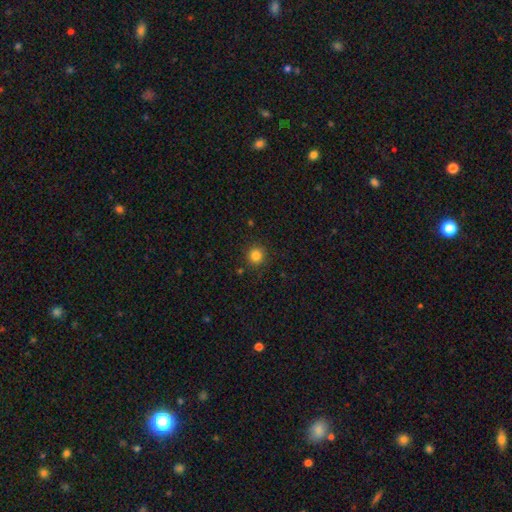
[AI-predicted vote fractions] Smooth or featured: smooth — 83% (star or artifact — 12%)
How rounded: round — 93% (in between — 6%)
Merging: none — 90% (minor disturbance — 7%)